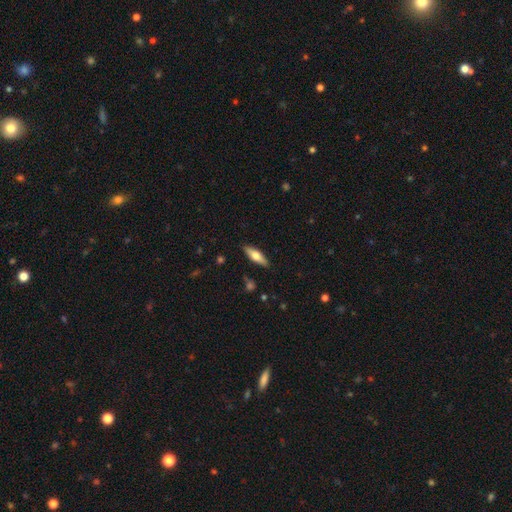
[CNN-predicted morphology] Smooth or featured: smooth — 53% (featured or disk — 41%)
How rounded: cigar-shaped — 50% (in between — 48%)
Merging: none — 88% (minor disturbance — 9%)